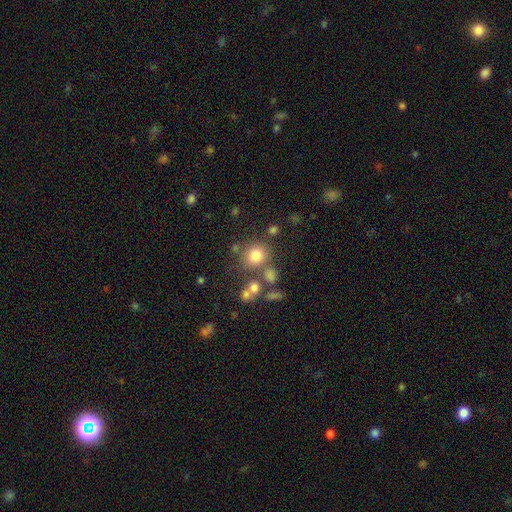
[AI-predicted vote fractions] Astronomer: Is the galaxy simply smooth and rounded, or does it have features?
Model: smooth — 76%.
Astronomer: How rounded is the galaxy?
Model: round — 83%.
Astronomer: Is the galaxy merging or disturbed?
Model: none — 68%.